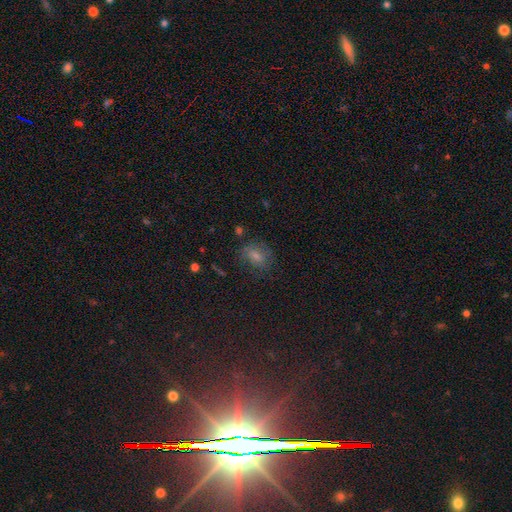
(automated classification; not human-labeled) smooth_or_featured: smooth (p=0.60) [alt: featured or disk p=0.22]
how_rounded: in between (p=0.60) [alt: round p=0.38]
merging: none (p=0.66) [alt: minor disturbance p=0.21]